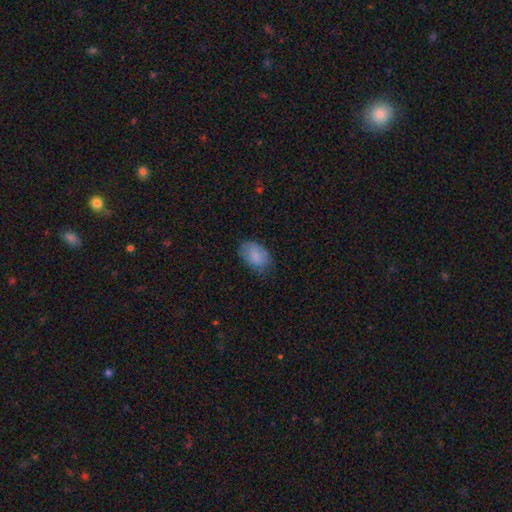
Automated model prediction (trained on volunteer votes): Smooth or featured?
  - smooth: 82% *
  - featured or disk: 11%
  - star or artifact: 7%
How rounded?
  - in between: 88% *
  - round: 10%
  - cigar-shaped: 1%
Merging?
  - none: 68% *
  - minor disturbance: 24%
  - major disturbance: 6%
  - merger: 1%